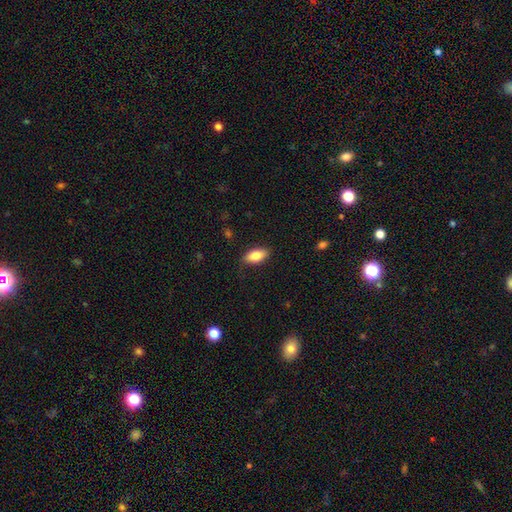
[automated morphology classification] A smooth galaxy with no disk features (82%) that is in between round and cigar-shaped (89%).

Vote fractions:
- Smooth or featured? smooth: 82% / featured or disk: 11% / star or artifact: 7%
- How rounded? in between: 89% / cigar-shaped: 8% / round: 3%
- Merging? none: 84% / minor disturbance: 13% / major disturbance: 3% / merger: 1%